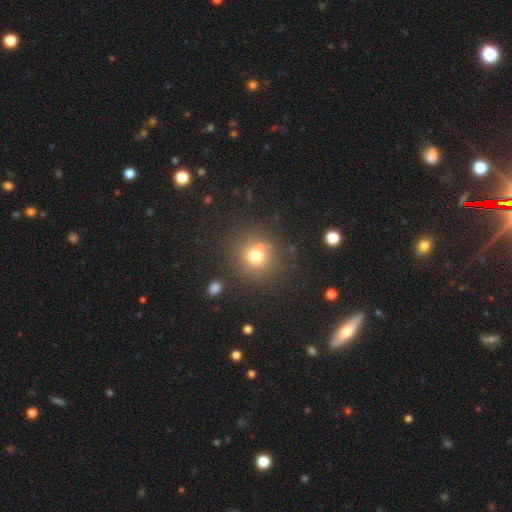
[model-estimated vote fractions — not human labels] smooth_or_featured: smooth (p=0.70) [alt: star or artifact p=0.18]
how_rounded: round (p=0.89) [alt: in between p=0.10]
merging: none (p=0.73) [alt: merger p=0.13]